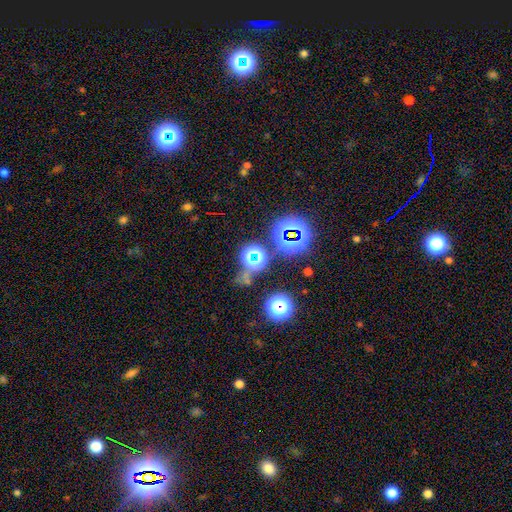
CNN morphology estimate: Smooth or featured? star or artifact (74%)